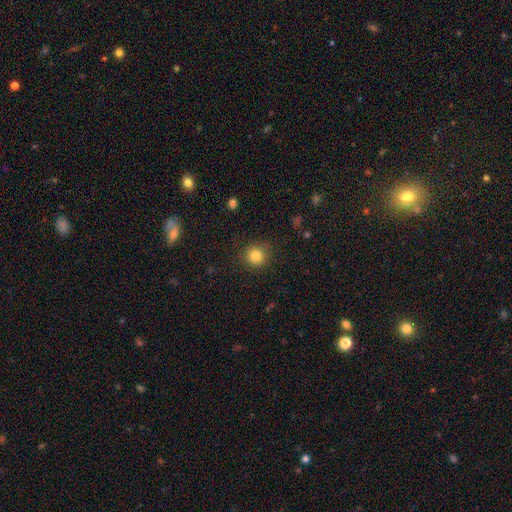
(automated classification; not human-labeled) A smooth galaxy with no disk features (83%) that is round (91%).

Vote fractions:
- Smooth or featured? smooth: 83% / star or artifact: 11% / featured or disk: 6%
- How rounded? round: 91% / in between: 8% / cigar-shaped: 1%
- Merging? none: 87% / minor disturbance: 9% / major disturbance: 3% / merger: 1%